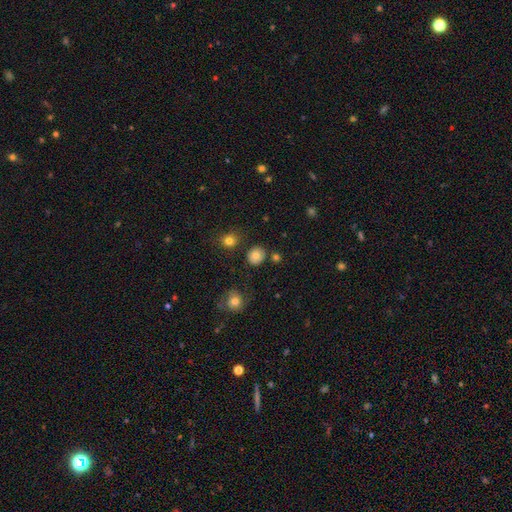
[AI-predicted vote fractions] Smooth or featured?
  - smooth: 80% *
  - star or artifact: 12%
  - featured or disk: 9%
How rounded?
  - round: 82% *
  - in between: 17%
  - cigar-shaped: 1%
Merging?
  - none: 82% *
  - minor disturbance: 10%
  - merger: 5%
  - major disturbance: 3%